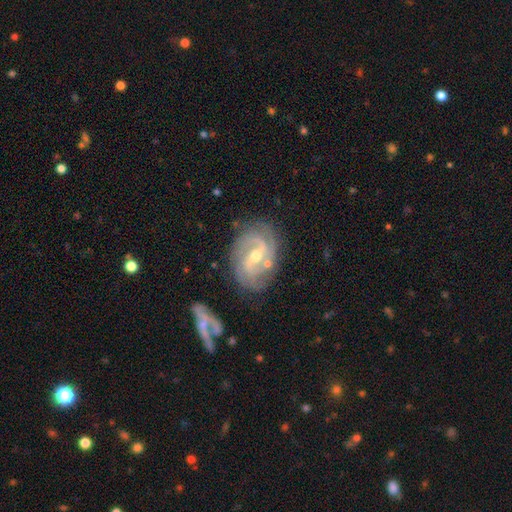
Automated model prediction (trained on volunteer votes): The model was most divided on "spiral winding": medium: 45%, tight: 42%, loose: 13%. Remaining: edge-on disk — no (97%); spiral arms — yes (97%); smooth or featured — featured or disk (87%); merging — none (71%); spiral arm count — 2 (61%); bulge size — moderate (53%); bar — weak (49%).